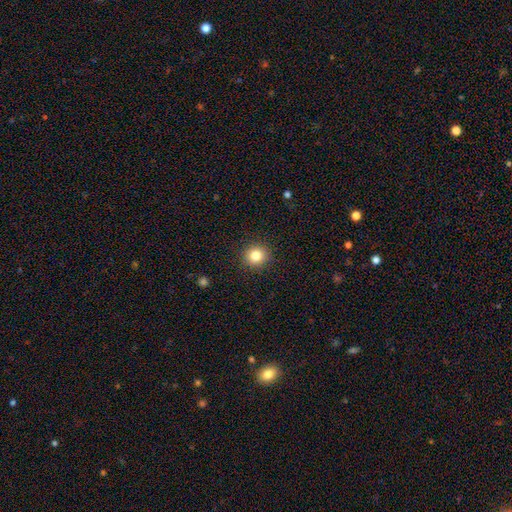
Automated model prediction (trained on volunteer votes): A smooth galaxy with no disk features (82%) that is round (90%).

Vote fractions:
- Smooth or featured? smooth: 82% / star or artifact: 11% / featured or disk: 6%
- How rounded? round: 90% / in between: 9% / cigar-shaped: 1%
- Merging? none: 91% / minor disturbance: 6% / major disturbance: 2% / merger: 1%